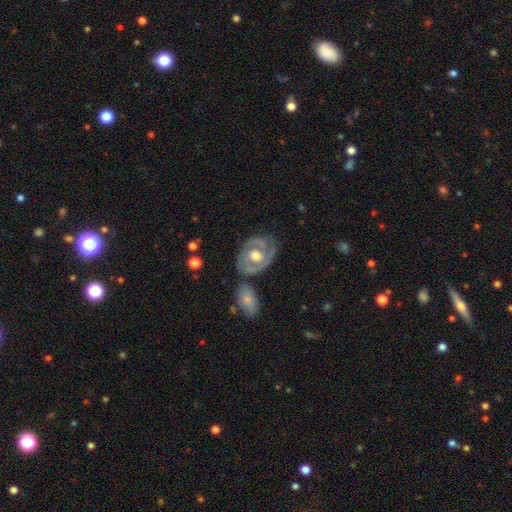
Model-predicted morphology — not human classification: This is likely a featured or disk galaxy (76%). It is clearly not viewed edge-on (95%). Bar: likely no (66%). Spiral arm pattern: likely yes (72%). Spiral arm count: likely 2 (63%). Spiral winding: possibly tight (56%). Central bulge: likely moderate (67%). Merging: likely none (65%).